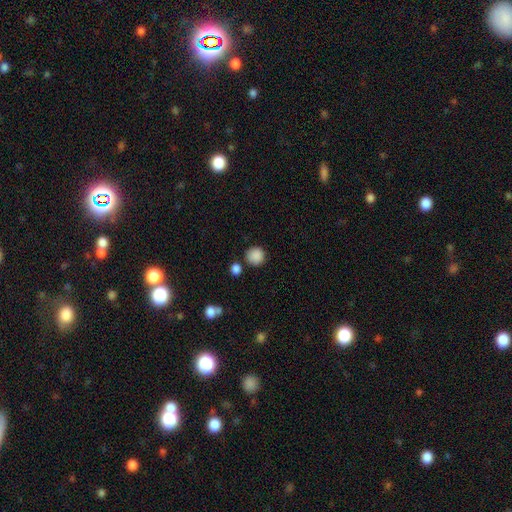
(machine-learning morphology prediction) A smooth galaxy with no disk features (88%) that is round (92%).

Vote fractions:
- Smooth or featured? smooth: 88% / star or artifact: 9% / featured or disk: 3%
- How rounded? round: 92% / in between: 7% / cigar-shaped: 1%
- Merging? none: 79% / minor disturbance: 10% / merger: 8% / major disturbance: 3%